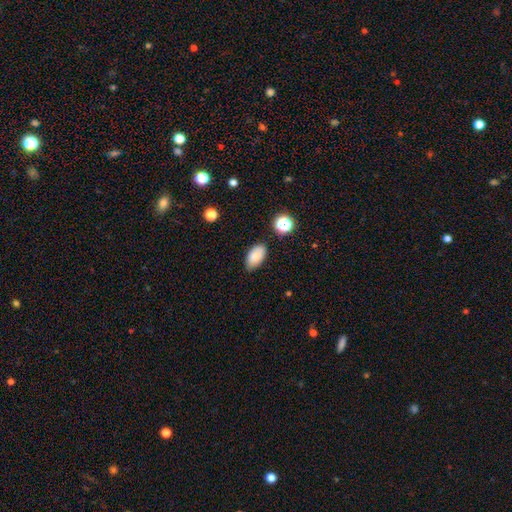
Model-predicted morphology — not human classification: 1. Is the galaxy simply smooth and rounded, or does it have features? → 83% smooth, 10% star or artifact, 7% featured or disk.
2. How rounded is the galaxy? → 93% in between, 5% round, 2% cigar-shaped.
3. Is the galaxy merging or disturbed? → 78% none, 17% minor disturbance, 3% major disturbance, 2% merger.